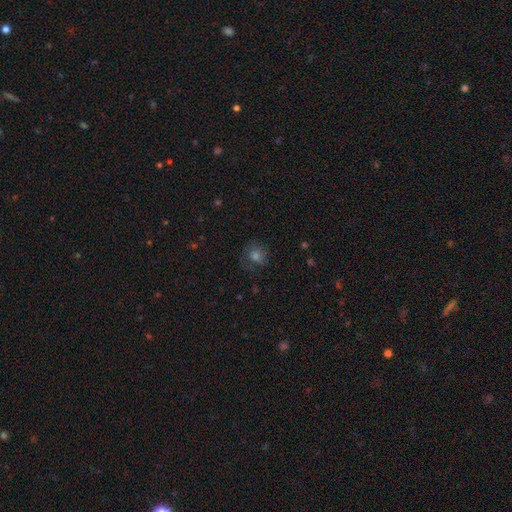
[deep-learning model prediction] The model was most divided on "smooth or featured": smooth: 50%, featured or disk: 32%, star or artifact: 18%. More confident: how rounded — round (79%); merging — none (66%).